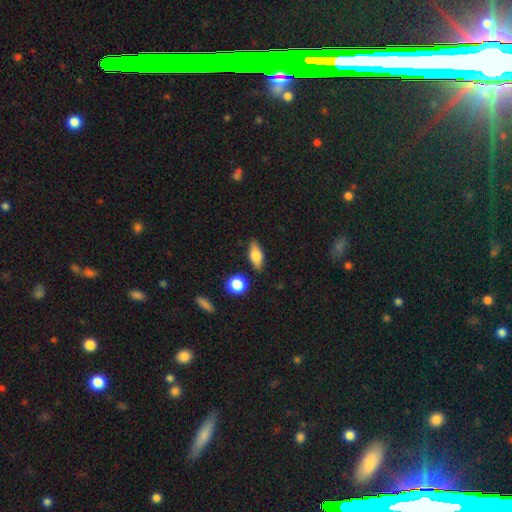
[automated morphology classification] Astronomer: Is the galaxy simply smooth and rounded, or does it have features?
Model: smooth — 68%.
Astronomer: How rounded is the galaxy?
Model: in between — 76%.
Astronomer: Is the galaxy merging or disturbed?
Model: none — 82%.